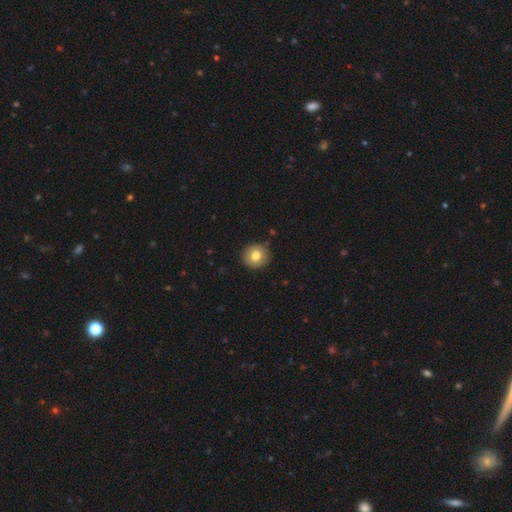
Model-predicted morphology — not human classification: smooth-or-featured: smooth: 78% | featured or disk: 13% | star or artifact: 9%
  how-rounded: round: 91% | in between: 8% | cigar-shaped: 1%
  merging: none: 88% | minor disturbance: 8% | major disturbance: 2% | merger: 2%